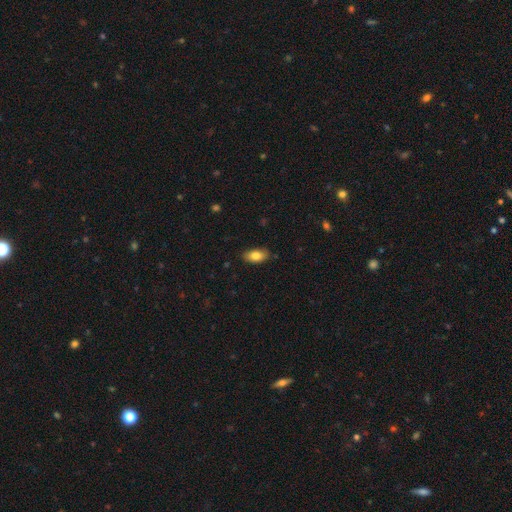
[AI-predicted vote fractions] Overall: smooth (83%). How rounded: in between (92%). Merging: none (83%).